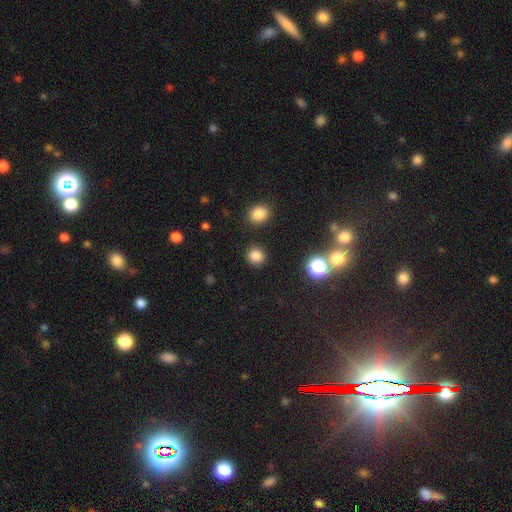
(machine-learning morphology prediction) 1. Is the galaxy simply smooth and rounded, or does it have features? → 82% smooth, 14% star or artifact, 4% featured or disk.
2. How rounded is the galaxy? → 86% round, 13% in between, 1% cigar-shaped.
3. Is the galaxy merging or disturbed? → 88% none, 7% minor disturbance, 3% merger, 3% major disturbance.